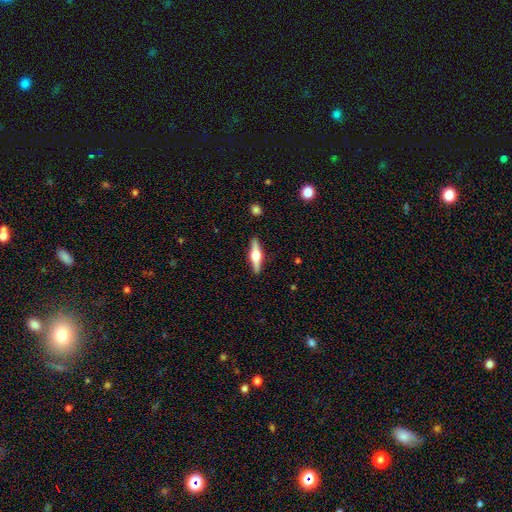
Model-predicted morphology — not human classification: A featured or disk galaxy (67%) viewed edge-on (97%) with a rounded central bulge (94%). Merging: none (90%).